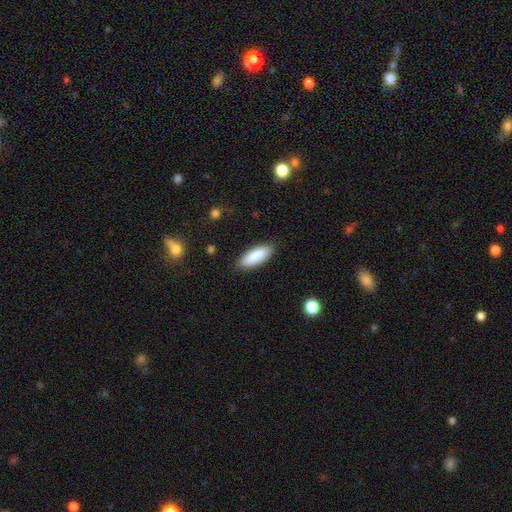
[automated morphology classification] Smooth or featured: smooth — 87% (featured or disk — 7%)
How rounded: in between — 67% (cigar-shaped — 31%)
Merging: none — 87% (minor disturbance — 10%)